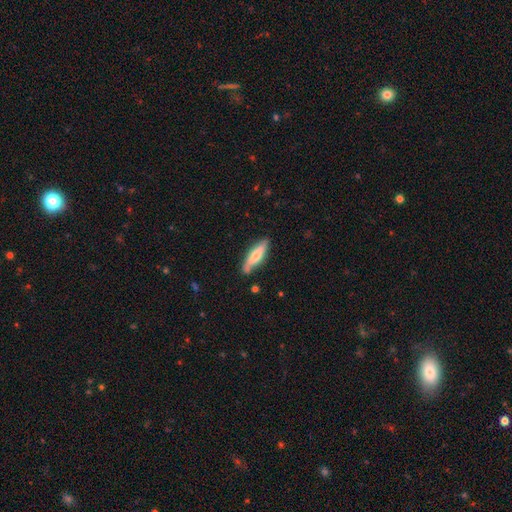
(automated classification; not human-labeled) Overall: smooth (59%; featured or disk 36%). How rounded: cigar-shaped (65%; in between 34%). Merging: none (75%).